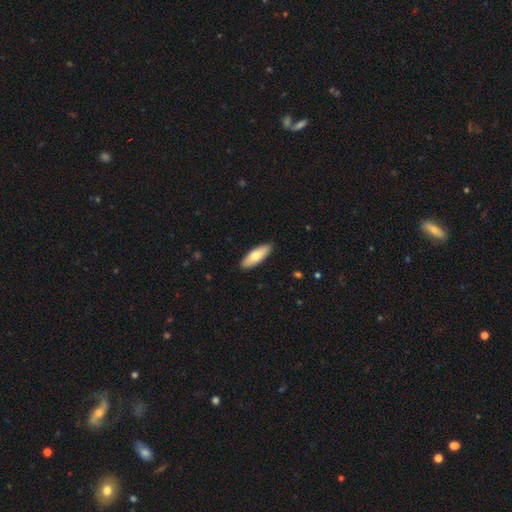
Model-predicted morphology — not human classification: This appears to be a smooth galaxy with no disk features (75%) that is in between round and cigar-shaped (62%). Merging: none (90%).